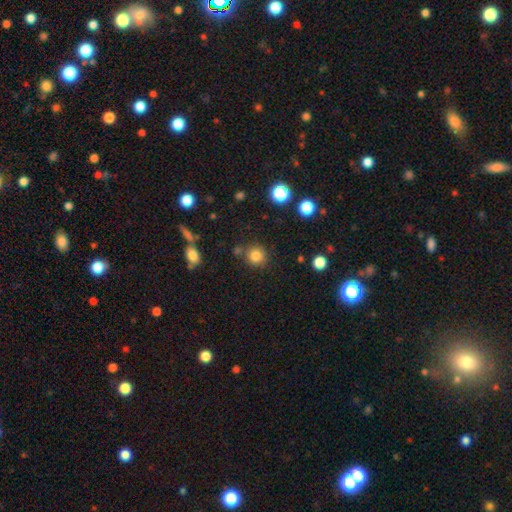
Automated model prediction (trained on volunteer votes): Morphology: type=smooth (82%); roundness=round (91%); merging=none (81%).